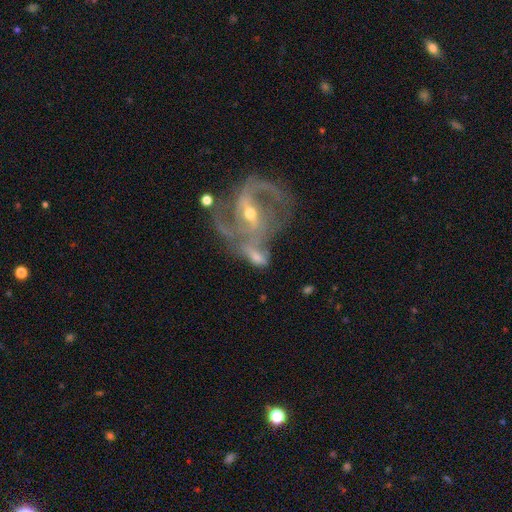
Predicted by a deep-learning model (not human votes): Q: Smooth or featured?
A: featured or disk (70%); runner-up: smooth (22%)
Q: Edge-on disk?
A: no (93%); runner-up: yes (7%)
Q: Bar?
A: weak (37%); runner-up: strong (35%)
Q: Spiral arms?
A: yes (77%); runner-up: no (23%)
Q: Spiral winding?
A: medium (45%); runner-up: loose (27%)
Q: Spiral arm count?
A: 2 (71%); runner-up: can't tell (14%)
Q: Bulge size?
A: moderate (58%); runner-up: small (32%)
Q: Merging?
A: merger (39%); runner-up: none (33%)